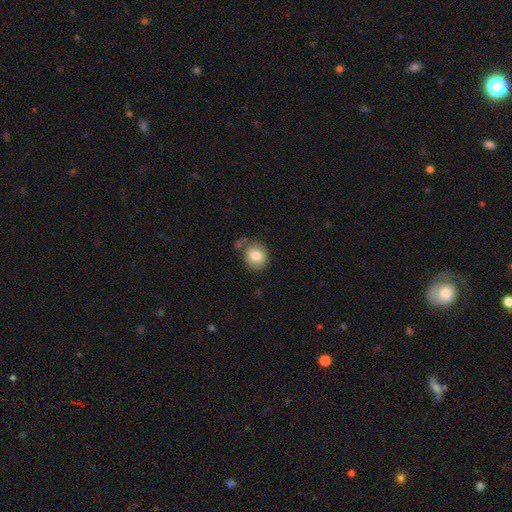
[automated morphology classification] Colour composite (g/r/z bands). It shows a smooth galaxy with no disk features (83%) that is round (78%). Merging: none (70%).